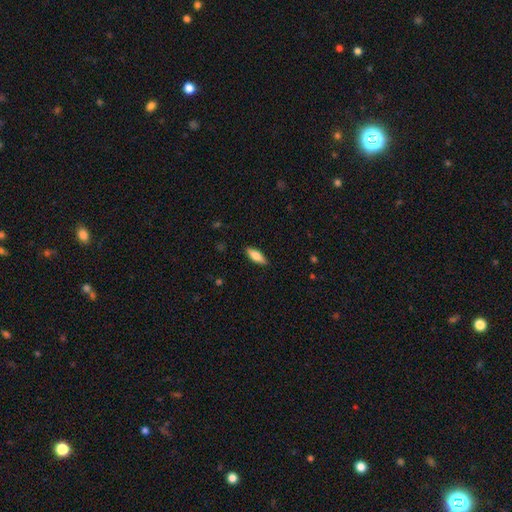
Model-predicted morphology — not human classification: A smooth galaxy with no disk features (72%) that is in between round and cigar-shaped (60%).

Vote fractions:
- Smooth or featured? smooth: 72% / featured or disk: 22% / star or artifact: 6%
- How rounded? in between: 60% / cigar-shaped: 38% / round: 2%
- Merging? none: 89% / minor disturbance: 8% / major disturbance: 2% / merger: 1%